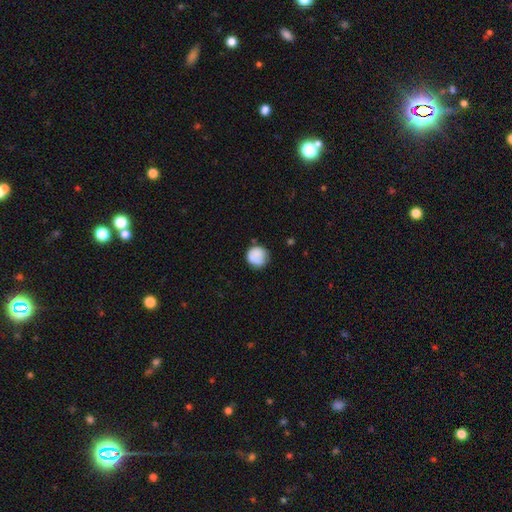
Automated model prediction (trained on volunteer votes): smooth 84%, featured or disk 8%, star or artifact 8%. Down the decision tree: how rounded — round (91%); merging — none (72%).